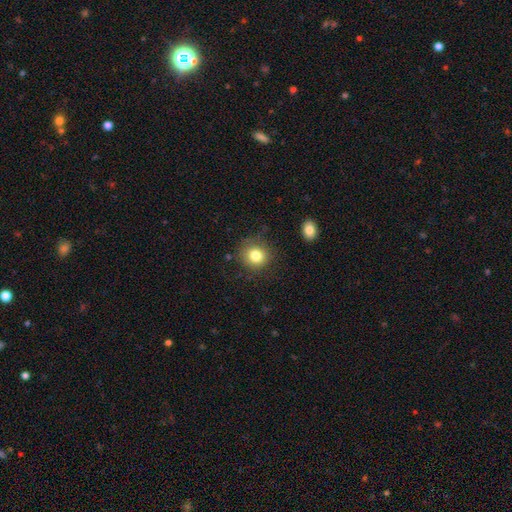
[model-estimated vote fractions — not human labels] A smooth galaxy with no disk features (81%) that is round (85%).

Vote fractions:
- Smooth or featured? smooth: 81% / star or artifact: 11% / featured or disk: 8%
- How rounded? round: 85% / in between: 14% / cigar-shaped: 1%
- Merging? none: 82% / minor disturbance: 12% / major disturbance: 4% / merger: 2%